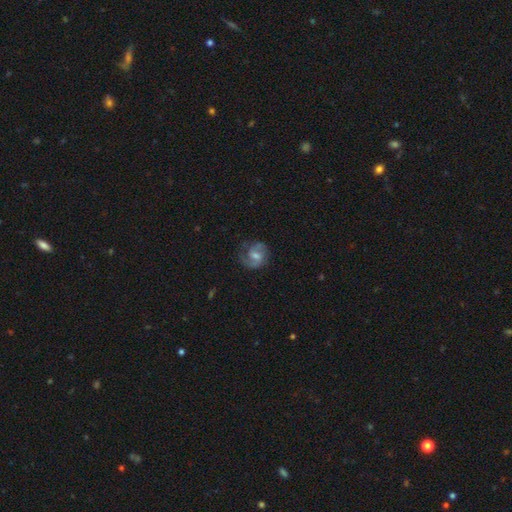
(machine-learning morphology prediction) Smooth or featured?
  - featured or disk: 70% *
  - smooth: 23%
  - star or artifact: 7%
Edge-on disk?
  - no: 98% *
  - yes: 2%
Bar?
  - weak: 53% *
  - no: 34%
  - strong: 13%
Spiral arms?
  - yes: 92% *
  - no: 8%
Spiral winding?
  - medium: 49% *
  - loose: 26%
  - tight: 25%
Spiral arm count?
  - 2: 72% *
  - 1: 14%
  - can't tell: 9%
  - 3: 3%
  - 4: 1%
  - more than 4: 1%
Bulge size?
  - moderate: 47% *
  - small: 37%
  - none: 10%
  - large: 6%
  - dominant: 1%
Merging?
  - none: 65% *
  - minor disturbance: 20%
  - major disturbance: 13%
  - merger: 1%